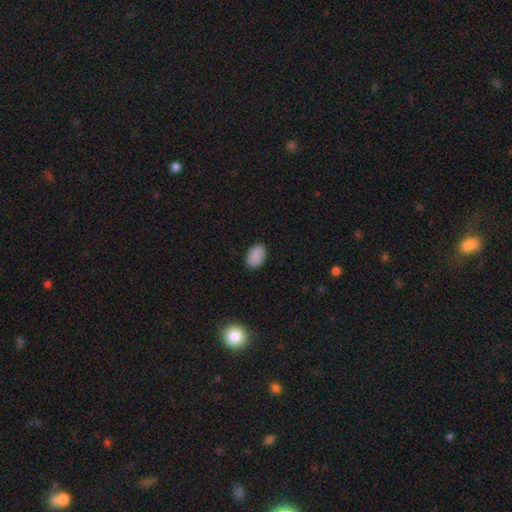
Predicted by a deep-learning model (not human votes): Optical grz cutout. It shows a smooth galaxy with no disk features (88%) that is in between round and cigar-shaped (89%). Merging: none (86%).